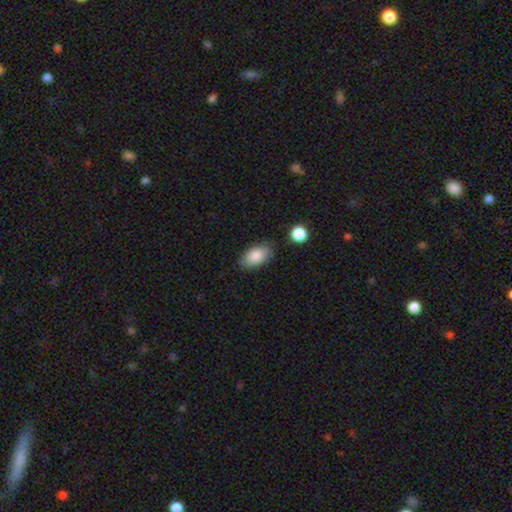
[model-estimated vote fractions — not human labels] Morphology: type=smooth (86%); roundness=in between (93%); merging=none (79%).